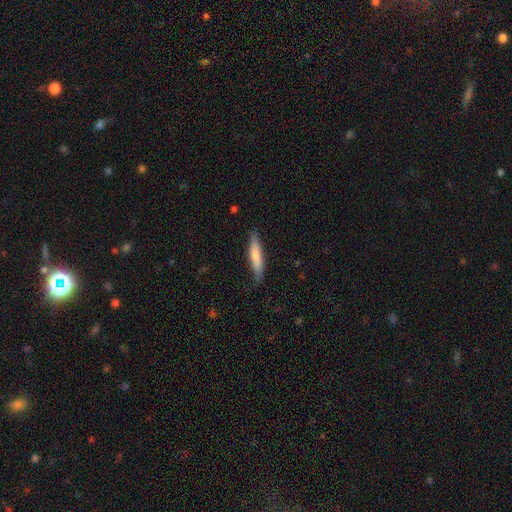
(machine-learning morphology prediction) Smooth or featured? smooth (73%)
How rounded? cigar-shaped (83%)
Merging? none (75%)